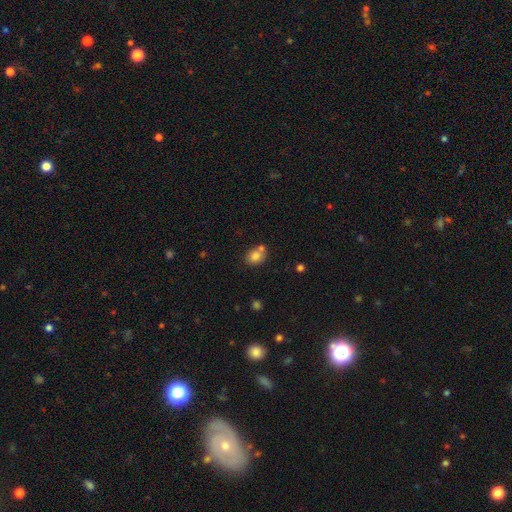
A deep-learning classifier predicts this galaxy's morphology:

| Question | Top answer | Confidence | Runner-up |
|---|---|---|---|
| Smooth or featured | smooth | 81% | star or artifact (10%) |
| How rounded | round | 63% | in between (36%) |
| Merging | none | 53% | merger (31%) |